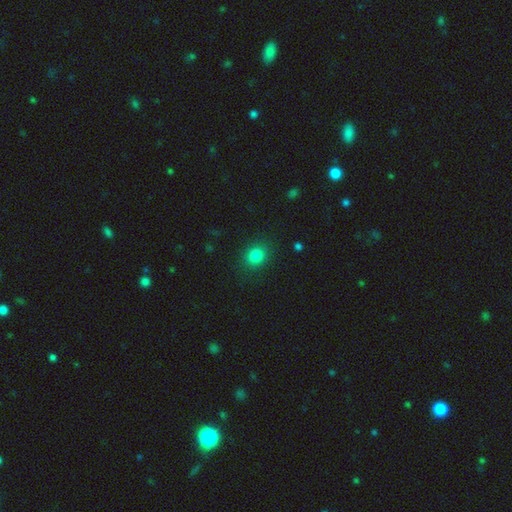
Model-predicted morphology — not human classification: type=smooth (83%); roundness=round (63%); merging=none (87%).